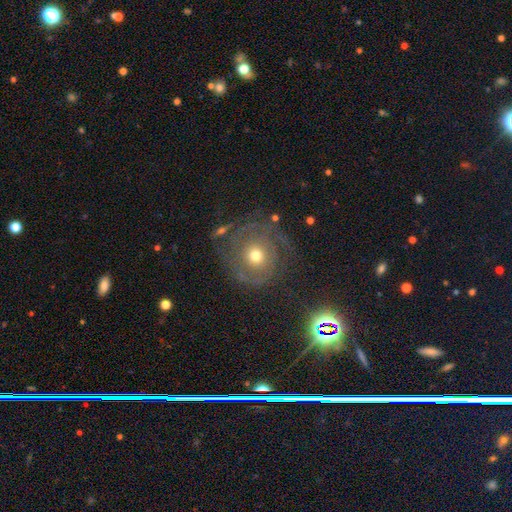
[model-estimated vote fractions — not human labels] Smooth or featured? featured or disk (63%)
Edge-on disk? no (96%)
Bar? no (85%)
Spiral arms? yes (74%)
Bulge size? moderate (63%)
Merging? none (65%)